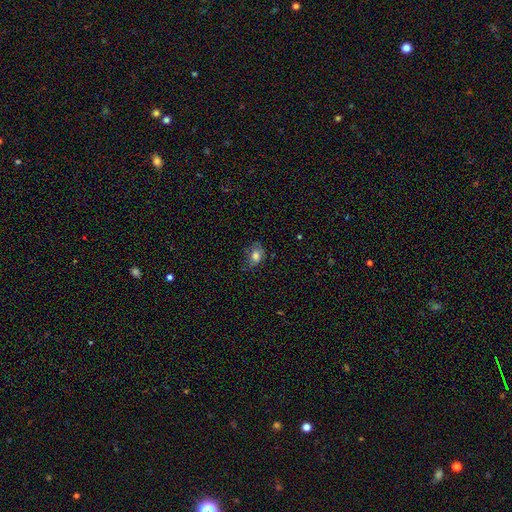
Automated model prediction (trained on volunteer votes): Q: Smooth or featured?
A: smooth (75%); runner-up: featured or disk (14%)
Q: How rounded?
A: in between (71%); runner-up: round (27%)
Q: Merging?
A: none (55%); runner-up: minor disturbance (31%)